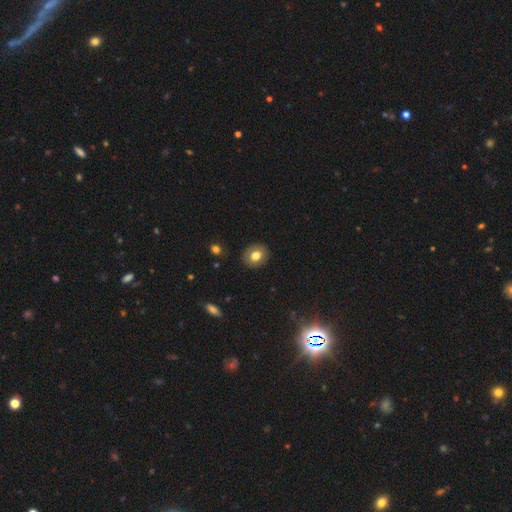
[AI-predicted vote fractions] Q: Smooth or featured?
A: smooth (76%); runner-up: featured or disk (15%)
Q: How rounded?
A: round (61%); runner-up: in between (38%)
Q: Merging?
A: none (88%); runner-up: minor disturbance (8%)